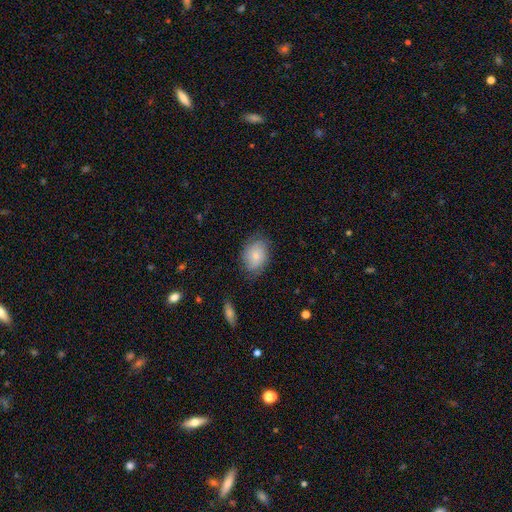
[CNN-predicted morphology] Q: Smooth or featured?
A: smooth (70%); runner-up: featured or disk (23%)
Q: How rounded?
A: in between (74%); runner-up: round (25%)
Q: Merging?
A: none (73%); runner-up: minor disturbance (20%)